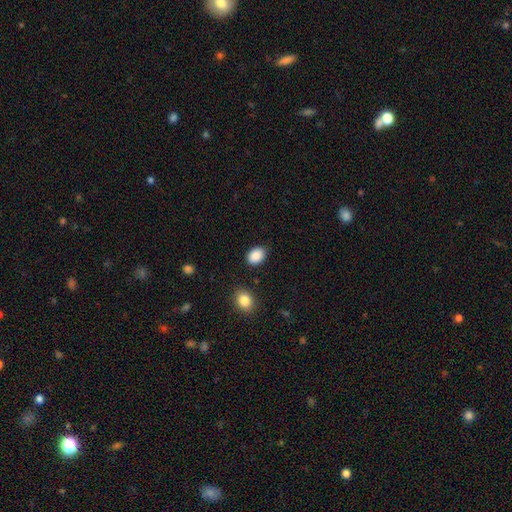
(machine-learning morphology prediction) Smooth or featured? smooth (90%)
How rounded? in between (74%)
Merging? none (85%)